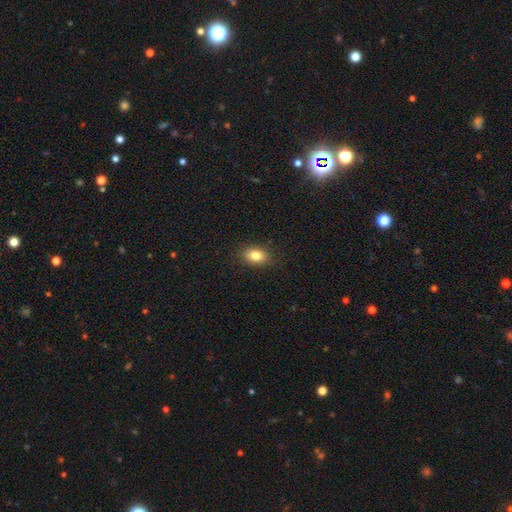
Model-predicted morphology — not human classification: smooth-or-featured: smooth: 83% | star or artifact: 9% | featured or disk: 8%
  how-rounded: in between: 78% | round: 20% | cigar-shaped: 2%
  merging: none: 88% | minor disturbance: 9% | major disturbance: 2% | merger: 1%